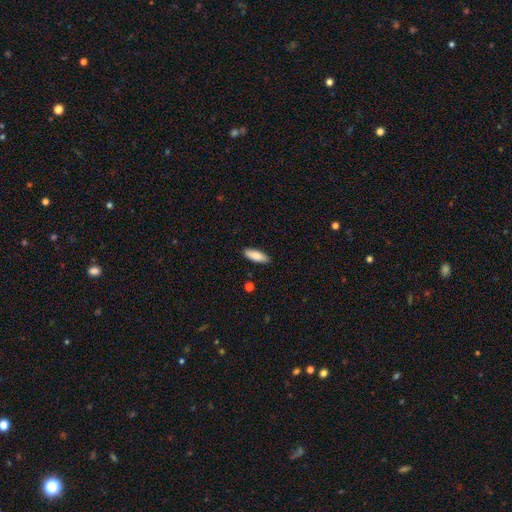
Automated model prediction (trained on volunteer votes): This is clearly a smooth galaxy (86%). How rounded: likely in between (62%). Merging: clearly none (88%).